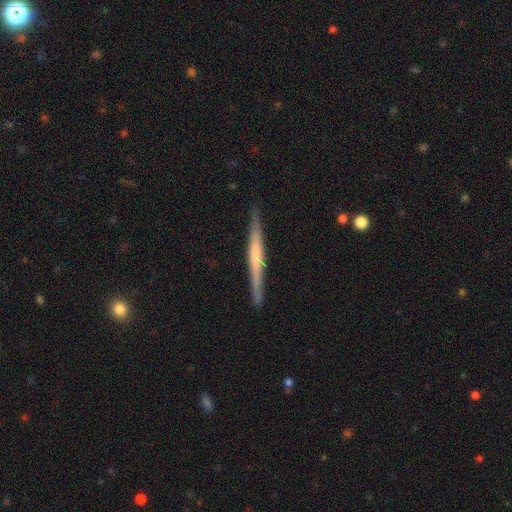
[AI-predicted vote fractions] smooth_or_featured: featured or disk (p=0.59) [alt: smooth p=0.36]
disk_edge_on: yes (p=0.97) [alt: no p=0.03]
edge_on_bulge: none (p=0.55) [alt: rounded p=0.27]
merging: none (p=0.89) [alt: minor disturbance p=0.08]